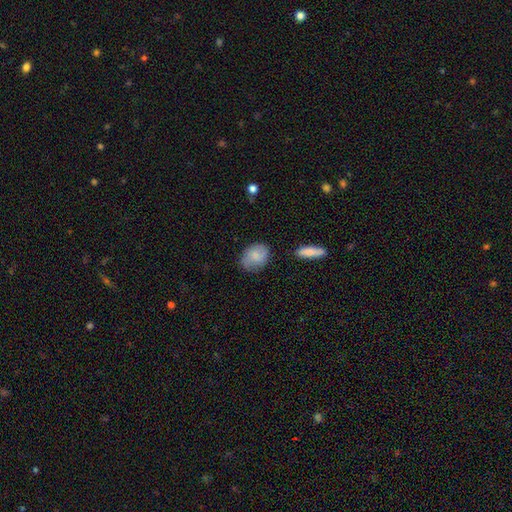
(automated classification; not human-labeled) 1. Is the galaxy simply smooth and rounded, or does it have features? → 76% smooth, 17% featured or disk, 7% star or artifact.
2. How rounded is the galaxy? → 64% in between, 34% round, 2% cigar-shaped.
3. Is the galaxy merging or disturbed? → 67% none, 24% minor disturbance, 6% major disturbance, 3% merger.